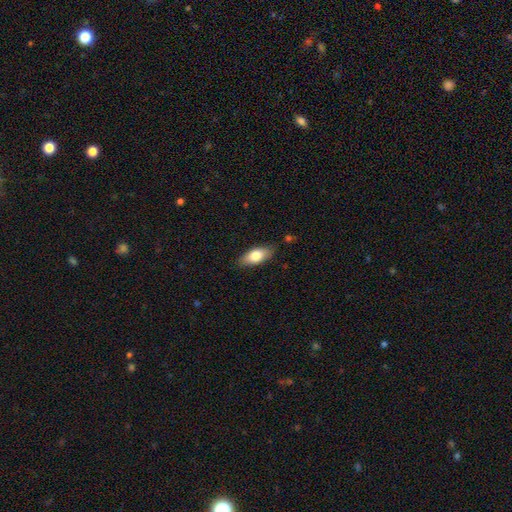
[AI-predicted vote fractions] smooth_or_featured: smooth (p=0.76) [alt: featured or disk p=0.18]
how_rounded: in between (p=0.83) [alt: cigar-shaped p=0.14]
merging: none (p=0.84) [alt: minor disturbance p=0.12]